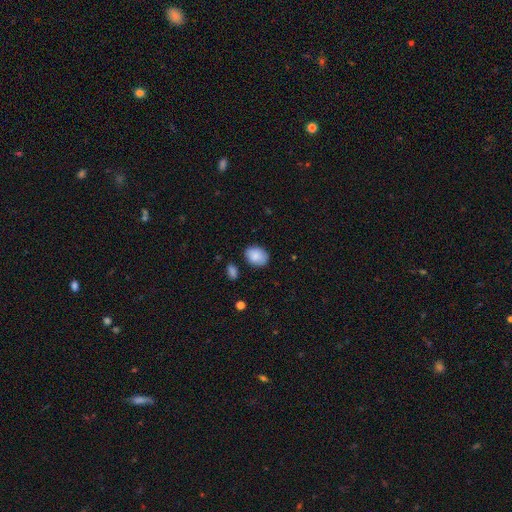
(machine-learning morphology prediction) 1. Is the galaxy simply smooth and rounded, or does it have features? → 87% smooth, 7% star or artifact, 6% featured or disk.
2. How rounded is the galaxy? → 68% in between, 31% round, 1% cigar-shaped.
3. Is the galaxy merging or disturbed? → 79% none, 15% minor disturbance, 3% major disturbance, 3% merger.